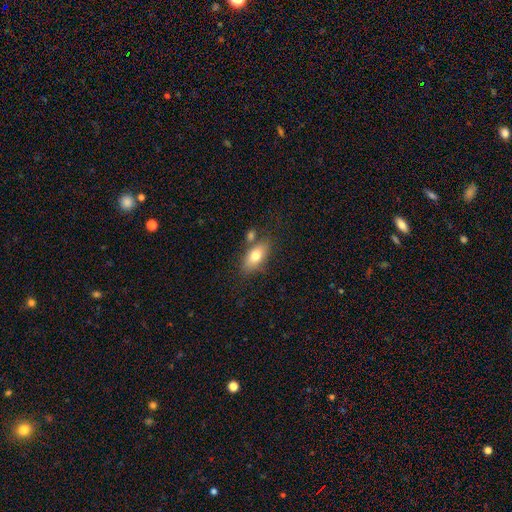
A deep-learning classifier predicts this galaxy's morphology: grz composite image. It shows a smooth galaxy with no disk features (74%) that is in between round and cigar-shaped (86%). Merging: none (65%).